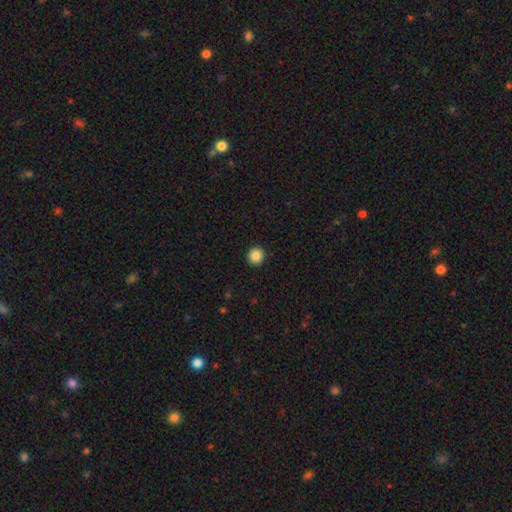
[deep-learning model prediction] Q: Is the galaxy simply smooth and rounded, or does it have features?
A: smooth — 86%.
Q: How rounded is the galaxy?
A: round — 94%.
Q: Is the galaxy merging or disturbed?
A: none — 93%.